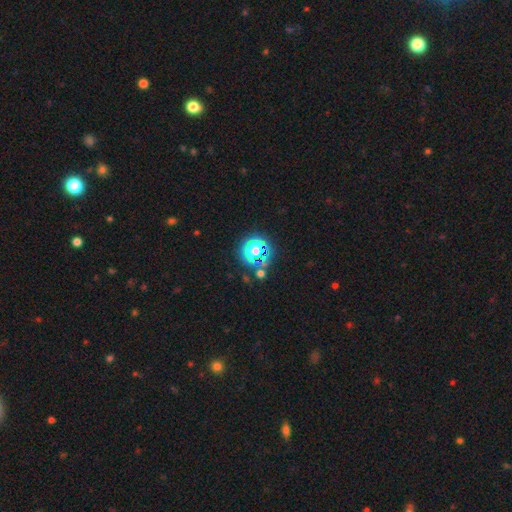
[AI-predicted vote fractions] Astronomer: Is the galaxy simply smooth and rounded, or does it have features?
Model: star or artifact — 53% (runner-up: smooth, 35%).